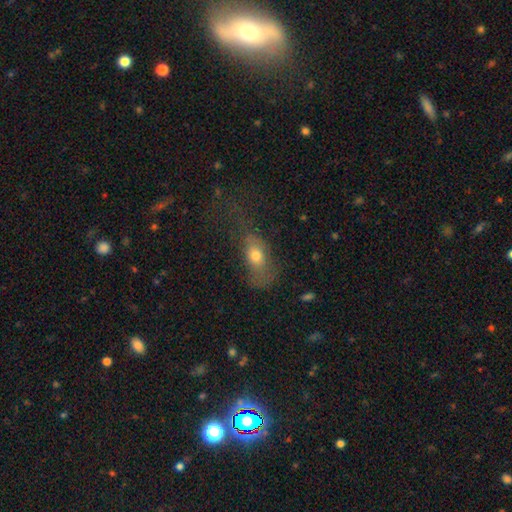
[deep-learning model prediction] Smooth or featured? smooth (68%)
How rounded? in between (79%)
Merging? major disturbance (41%)